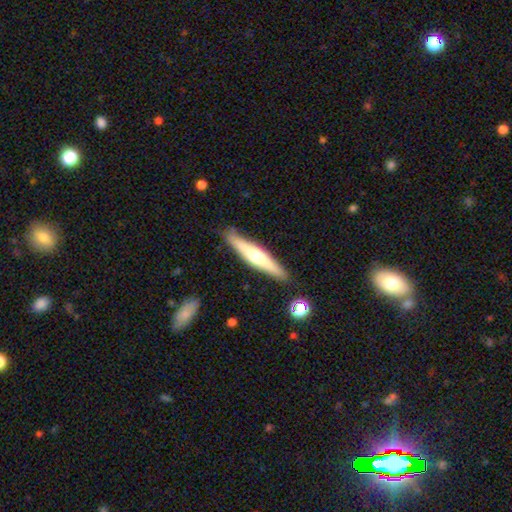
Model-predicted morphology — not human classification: Smooth or featured?
  - featured or disk: 51% *
  - smooth: 43%
  - star or artifact: 5%
Edge-on disk?
  - yes: 93% *
  - no: 7%
Merging?
  - none: 86% *
  - minor disturbance: 10%
  - merger: 2%
  - major disturbance: 2%